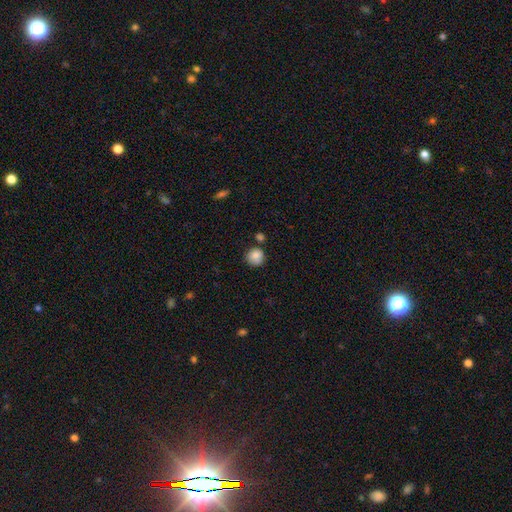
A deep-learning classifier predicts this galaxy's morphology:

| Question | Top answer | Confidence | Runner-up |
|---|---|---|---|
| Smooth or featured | smooth | 86% | star or artifact (9%) |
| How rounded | round | 91% | in between (8%) |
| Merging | none | 75% | minor disturbance (14%) |